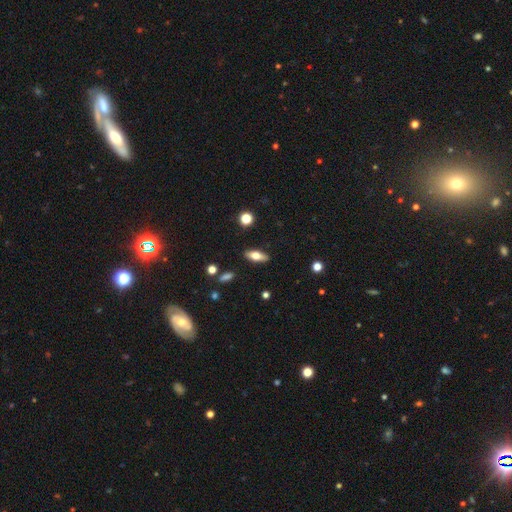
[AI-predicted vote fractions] A smooth galaxy with no disk features (63%) that is in between round and cigar-shaped (70%).

Vote fractions:
- Smooth or featured? smooth: 63% / featured or disk: 29% / star or artifact: 7%
- How rounded? in between: 70% / cigar-shaped: 26% / round: 4%
- Merging? none: 87% / minor disturbance: 9% / major disturbance: 2% / merger: 2%